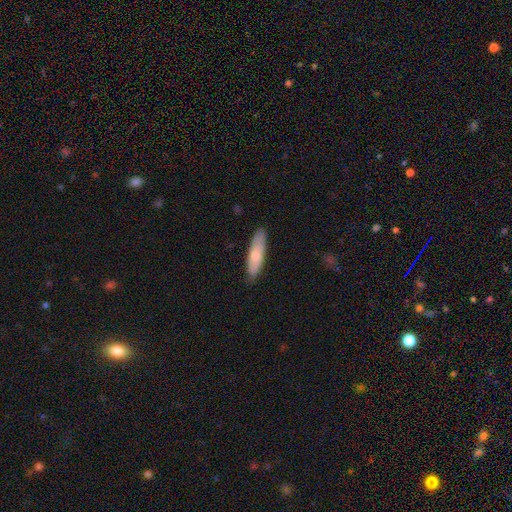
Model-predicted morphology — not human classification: This appears to be a smooth galaxy with no disk features (72%) that is cigar-shaped (60%). Merging: none (84%).